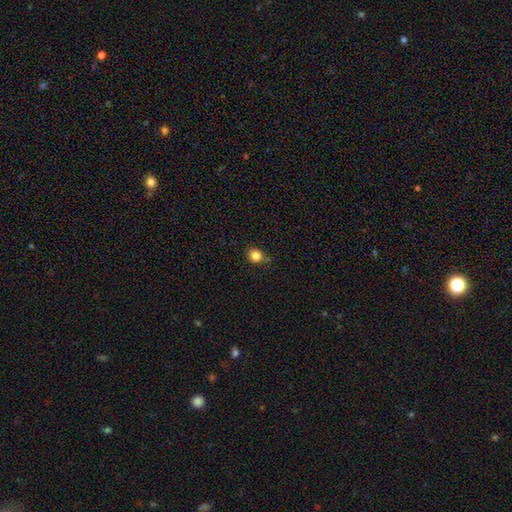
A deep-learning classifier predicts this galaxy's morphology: smooth 83%, star or artifact 12%, featured or disk 4%. Down the decision tree: how rounded — round (85%); merging — none (83%).